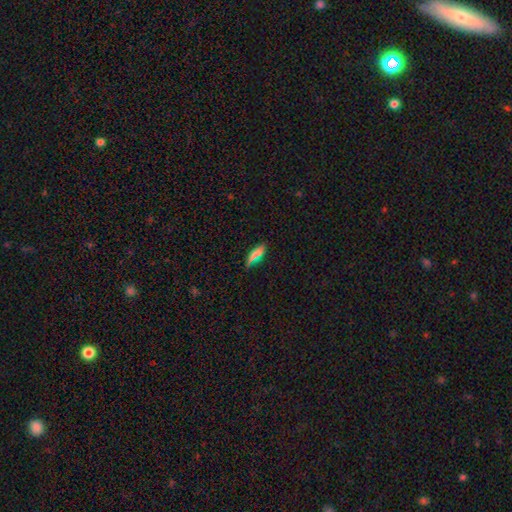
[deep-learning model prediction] Smooth or featured: smooth — 69% (featured or disk — 16%)
How rounded: in between — 49% (cigar-shaped — 48%)
Merging: none — 76% (minor disturbance — 17%)